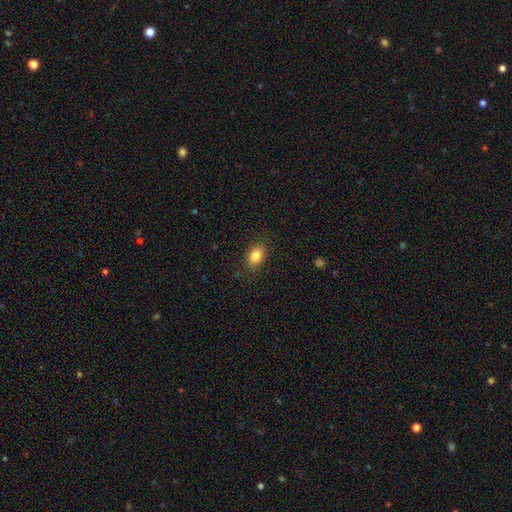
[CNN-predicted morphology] This is clearly a smooth galaxy (84%). How rounded: clearly in between (83%). Merging: clearly none (85%).